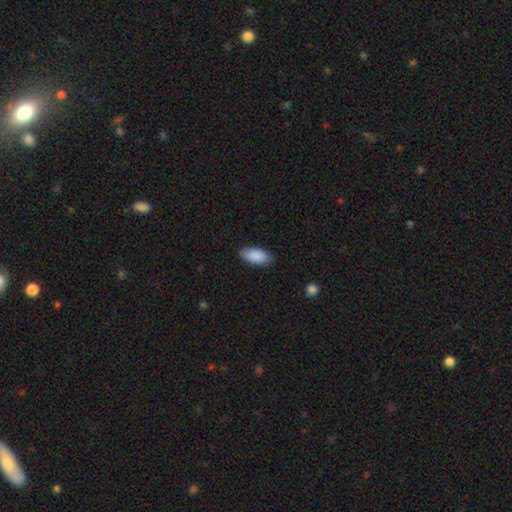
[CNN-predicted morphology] This appears to be a smooth galaxy with no disk features (90%) that is in between round and cigar-shaped (90%). Merging: none (86%).